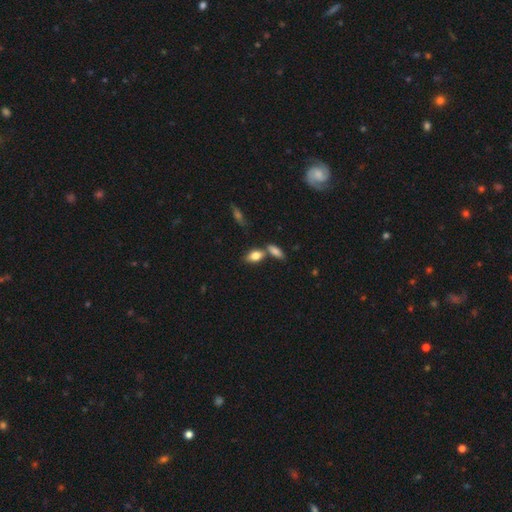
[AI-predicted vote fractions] Smooth or featured: smooth — 78% (featured or disk — 14%)
How rounded: in between — 84% (cigar-shaped — 8%)
Merging: none — 55% (merger — 28%)